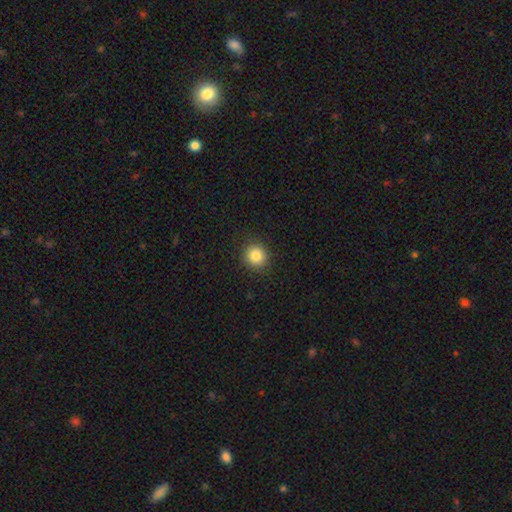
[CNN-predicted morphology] Q: Smooth or featured?
A: smooth (85%); runner-up: star or artifact (11%)
Q: How rounded?
A: round (92%); runner-up: in between (7%)
Q: Merging?
A: none (90%); runner-up: minor disturbance (7%)